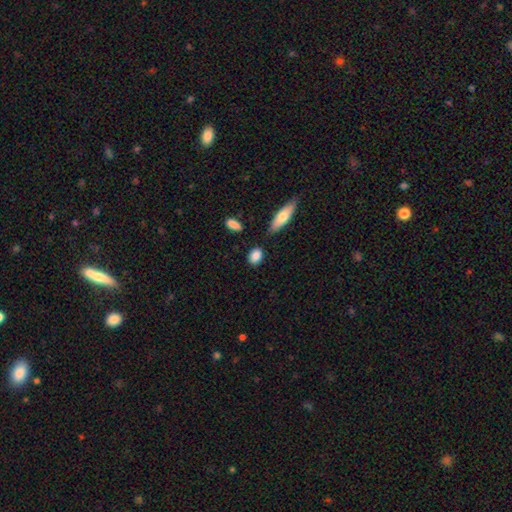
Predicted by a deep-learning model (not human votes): smooth_or_featured: smooth (p=0.86) [alt: featured or disk p=0.07]
how_rounded: in between (p=0.58) [alt: round p=0.37]
merging: none (p=0.81) [alt: minor disturbance p=0.12]